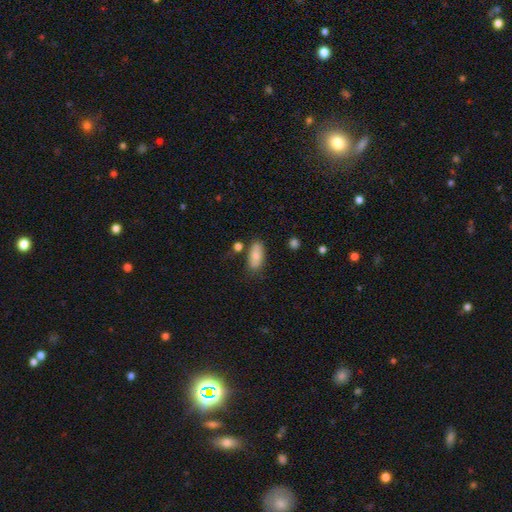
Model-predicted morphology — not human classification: Smooth or featured? smooth (78%)
How rounded? in between (86%)
Merging? none (70%)